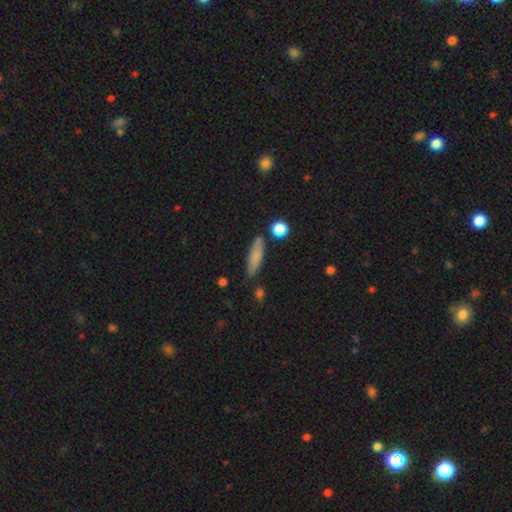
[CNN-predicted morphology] This appears to be a smooth galaxy with no disk features (79%) that is cigar-shaped (69%). Merging: none (81%).